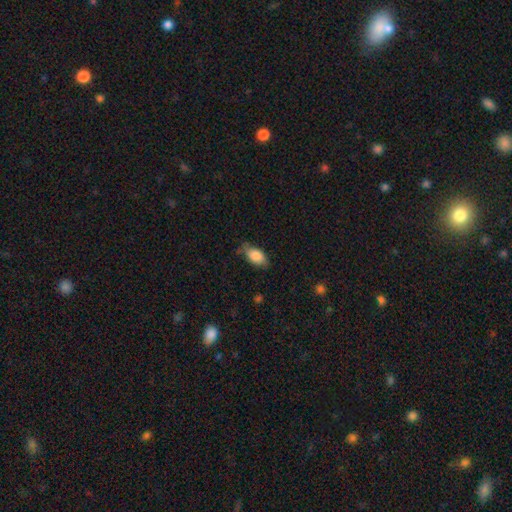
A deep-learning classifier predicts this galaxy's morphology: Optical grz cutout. It shows a smooth galaxy with no disk features (83%) that is in between round and cigar-shaped (91%). Merging: none (66%).